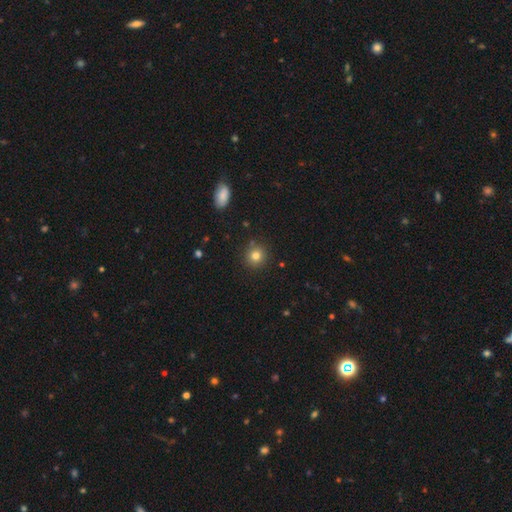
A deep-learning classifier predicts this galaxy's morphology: Overall: smooth (80%). How rounded: round (91%). Merging: none (87%).